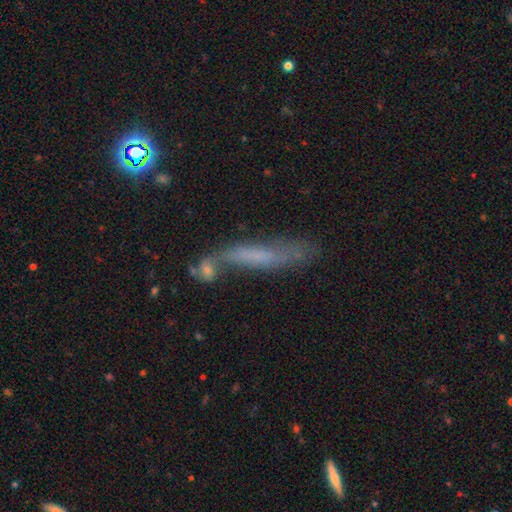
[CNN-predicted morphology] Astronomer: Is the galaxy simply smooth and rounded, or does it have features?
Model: smooth — 44% (runner-up: featured or disk, 42%).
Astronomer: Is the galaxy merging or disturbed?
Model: none — 44% (runner-up: merger, 22%).